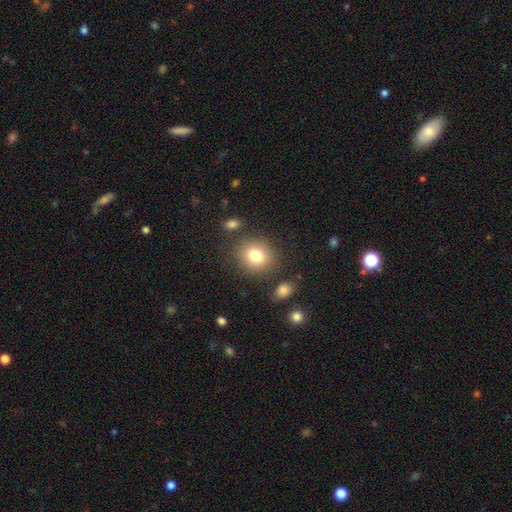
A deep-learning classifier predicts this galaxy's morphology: Smooth or featured: smooth — 80% (star or artifact — 10%)
How rounded: round — 69% (in between — 30%)
Merging: none — 81% (minor disturbance — 10%)